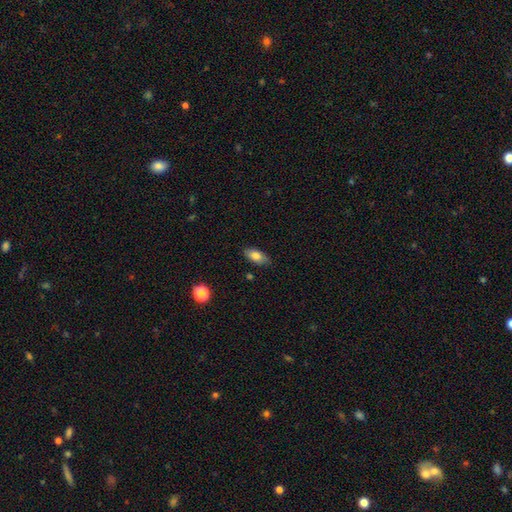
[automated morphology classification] Smooth or featured? smooth (81%)
How rounded? in between (89%)
Merging? none (84%)